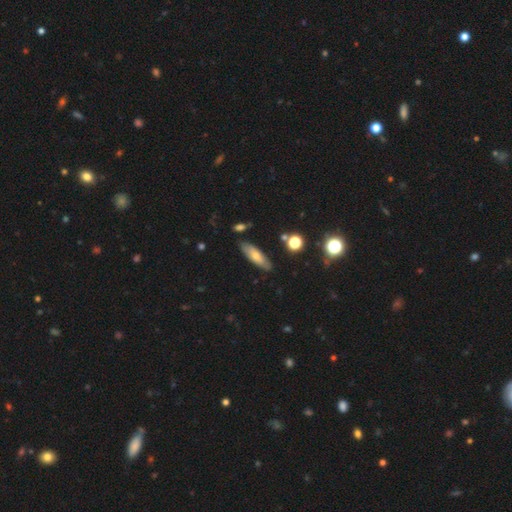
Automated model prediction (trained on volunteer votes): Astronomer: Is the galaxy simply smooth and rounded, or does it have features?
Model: smooth — 65%.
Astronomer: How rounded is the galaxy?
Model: in between — 49%, tied with cigar-shaped at 49%.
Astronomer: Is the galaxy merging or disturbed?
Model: none — 82%.